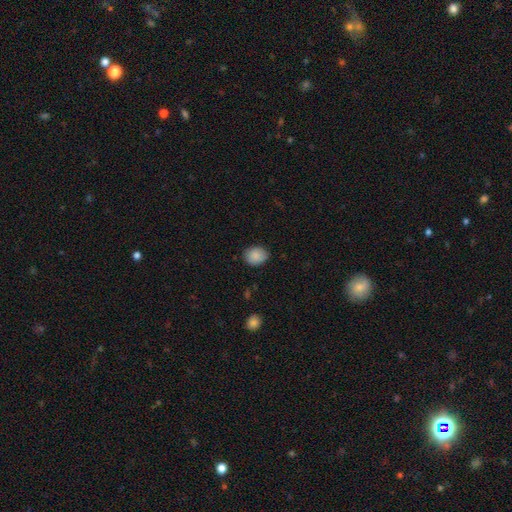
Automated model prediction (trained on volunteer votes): Smooth or featured? Predicted: smooth (p=0.88). How rounded? Predicted: round (p=0.50). Merging? Predicted: none (p=0.82).